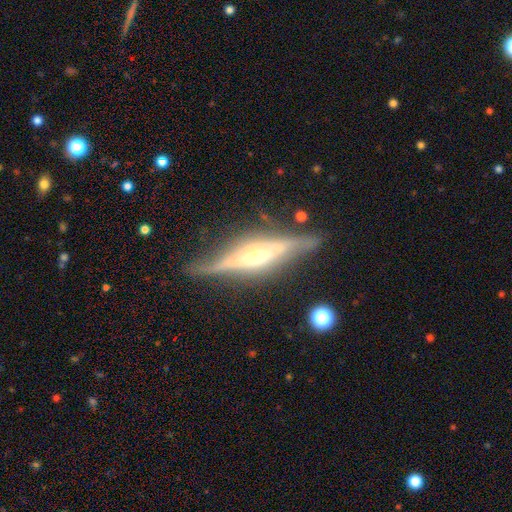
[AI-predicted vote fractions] Q: Smooth or featured?
A: featured or disk (83%); runner-up: smooth (12%)
Q: Edge-on disk?
A: yes (94%); runner-up: no (6%)
Q: Edge-on bulge?
A: rounded (68%); runner-up: boxy (23%)
Q: Merging?
A: none (76%); runner-up: minor disturbance (16%)